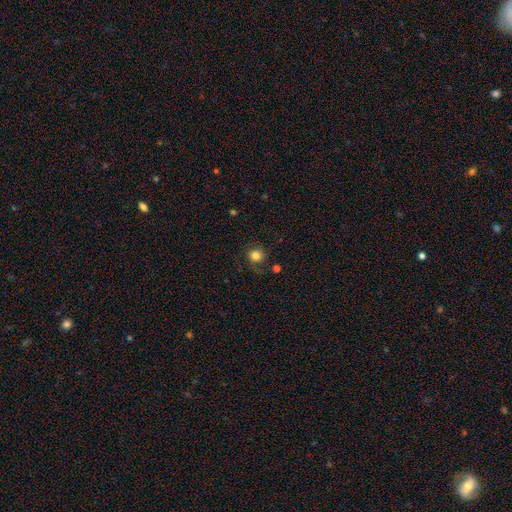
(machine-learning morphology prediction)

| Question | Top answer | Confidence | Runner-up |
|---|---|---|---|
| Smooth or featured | smooth | 76% | featured or disk (12%) |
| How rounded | round | 87% | in between (12%) |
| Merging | none | 76% | minor disturbance (15%) |